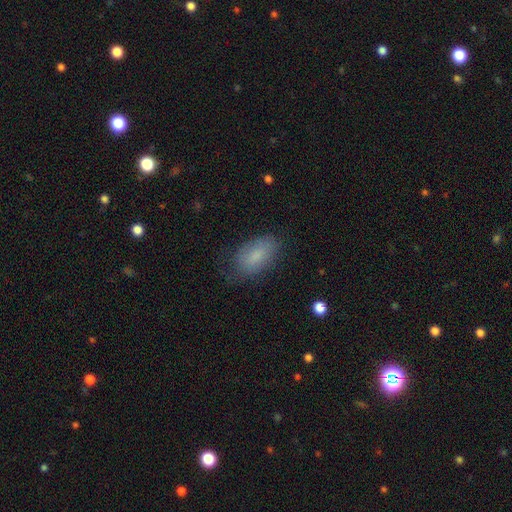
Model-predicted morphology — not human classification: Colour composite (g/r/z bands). It shows a smooth galaxy with no disk features (79%) that is in between round and cigar-shaped (92%). Merging: none (69%).